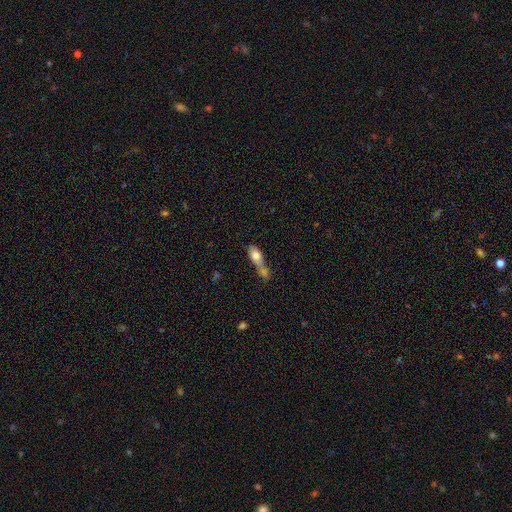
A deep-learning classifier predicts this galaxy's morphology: type=smooth (71%); roundness=in between (68%); merging=merger (63%).